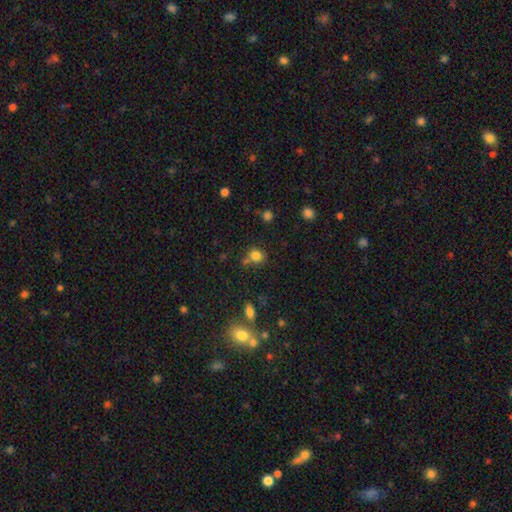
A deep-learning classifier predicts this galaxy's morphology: Overall: smooth (79%). How rounded: round (71%). Merging: none (59%; merger 21%).